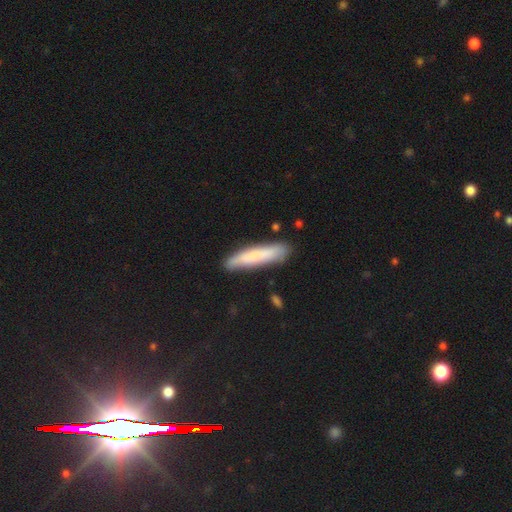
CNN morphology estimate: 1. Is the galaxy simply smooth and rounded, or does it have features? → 71% smooth, 22% featured or disk, 7% star or artifact.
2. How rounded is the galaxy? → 88% cigar-shaped, 10% in between, 1% round.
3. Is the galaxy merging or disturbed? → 83% none, 13% minor disturbance, 2% major disturbance, 2% merger.